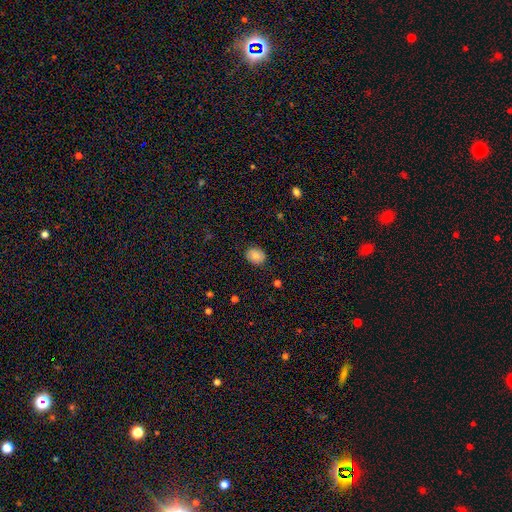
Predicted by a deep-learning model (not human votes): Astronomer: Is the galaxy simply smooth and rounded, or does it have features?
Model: smooth — 78%.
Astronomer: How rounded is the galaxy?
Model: round — 50% (runner-up: in between, 49%).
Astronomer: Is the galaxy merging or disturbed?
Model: none — 86%.